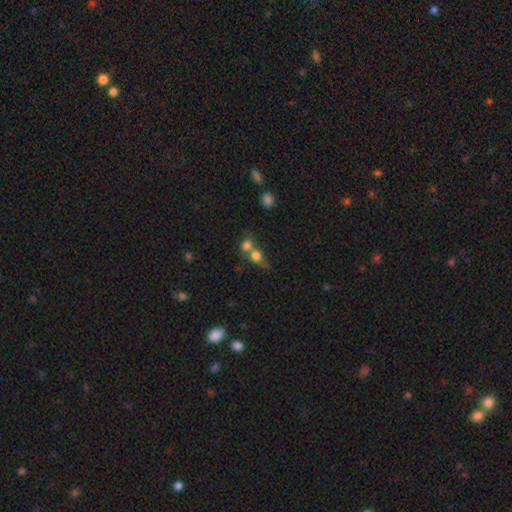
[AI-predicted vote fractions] Overall: smooth (74%). How rounded: round (75%). Merging: merger (59%; none 28%).